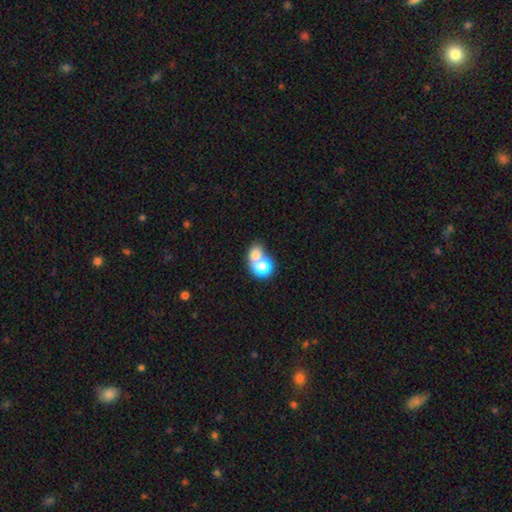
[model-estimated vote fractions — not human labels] Smooth or featured? Predicted: smooth (p=0.69). How rounded? Predicted: round (p=0.56). Merging? Predicted: merger (p=0.54).